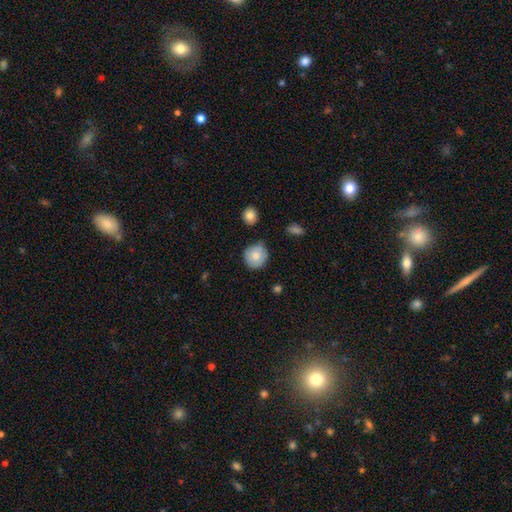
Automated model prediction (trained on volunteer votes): Smooth or featured? smooth (80%)
How rounded? round (88%)
Merging? none (73%)